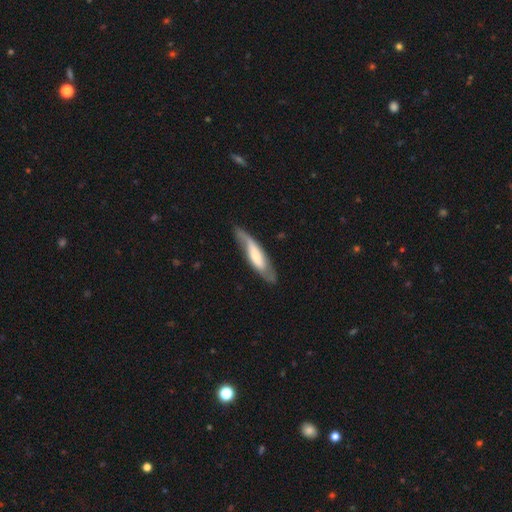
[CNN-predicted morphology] featured or disk 53%, smooth 42%, star or artifact 5%. Down the decision tree: edge-on disk — no (59%); merging — none (65%).